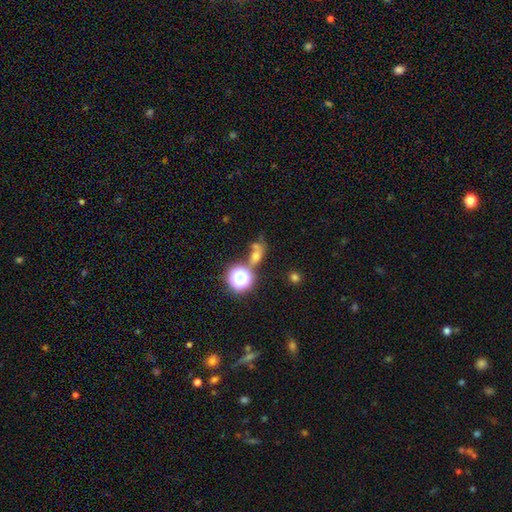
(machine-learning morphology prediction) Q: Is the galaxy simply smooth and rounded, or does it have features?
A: smooth — 44%.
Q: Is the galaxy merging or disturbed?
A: none — 49%.